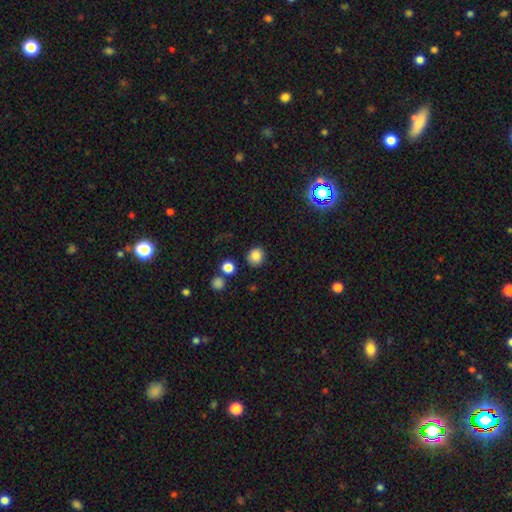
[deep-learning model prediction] Smooth or featured?
  - smooth: 85% *
  - star or artifact: 11%
  - featured or disk: 4%
How rounded?
  - round: 84% *
  - in between: 15%
  - cigar-shaped: 1%
Merging?
  - none: 86% *
  - minor disturbance: 8%
  - merger: 3%
  - major disturbance: 3%